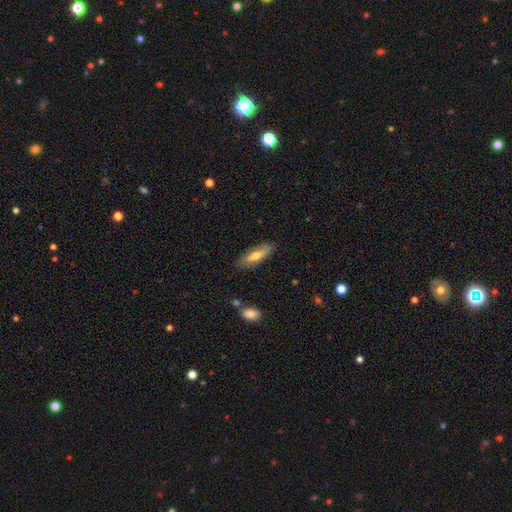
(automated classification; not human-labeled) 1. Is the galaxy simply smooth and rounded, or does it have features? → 60% smooth, 34% featured or disk, 6% star or artifact.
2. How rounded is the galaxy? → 50% cigar-shaped, 48% in between, 2% round.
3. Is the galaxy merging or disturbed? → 81% none, 14% minor disturbance, 3% major disturbance, 2% merger.